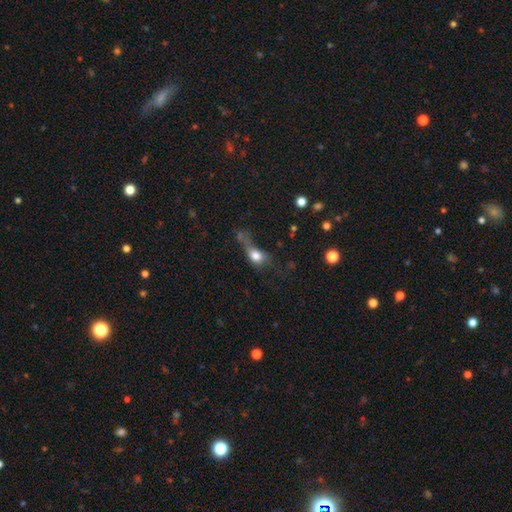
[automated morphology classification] Smooth or featured? smooth (72%)
How rounded? in between (48%)
Merging? major disturbance (40%)